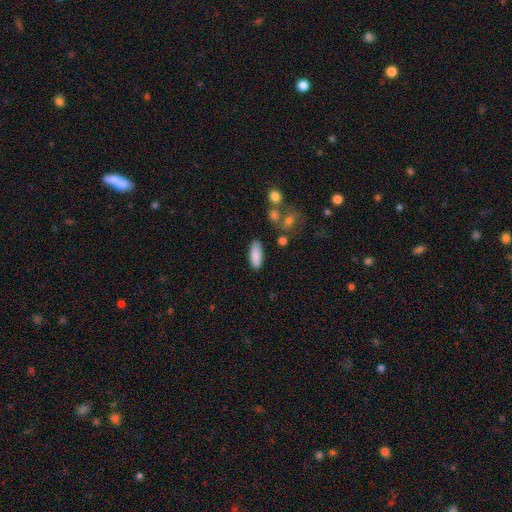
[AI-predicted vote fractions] Morphology: type=smooth (87%); roundness=in between (72%); merging=none (83%).